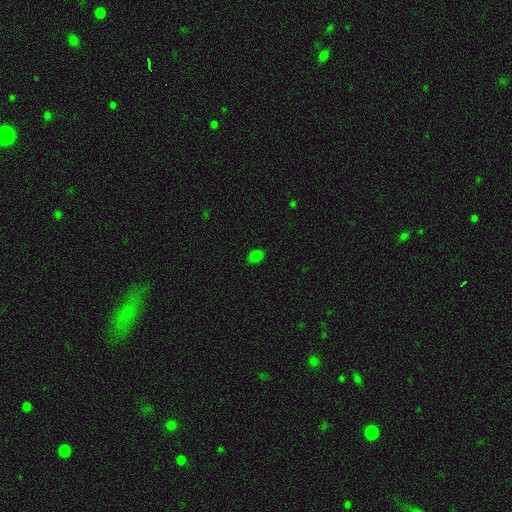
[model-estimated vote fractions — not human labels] Q: Smooth or featured?
A: smooth (79%); runner-up: star or artifact (18%)
Q: How rounded?
A: in between (80%); runner-up: round (19%)
Q: Merging?
A: none (86%); runner-up: minor disturbance (10%)